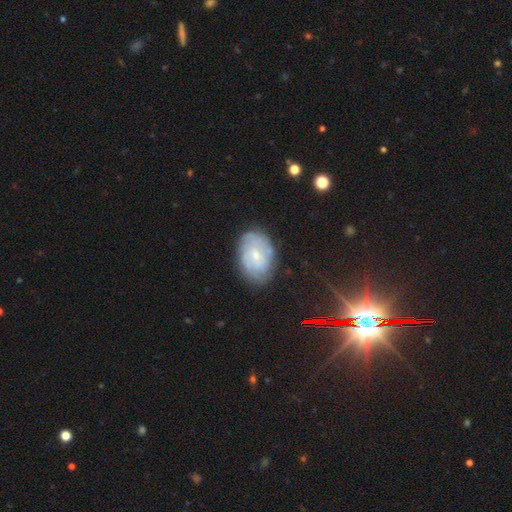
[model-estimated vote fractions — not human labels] A featured or disk galaxy (58%) with no bar (66%), spiral arms (77%) and a small central bulge (73%). Merging: none (77%).